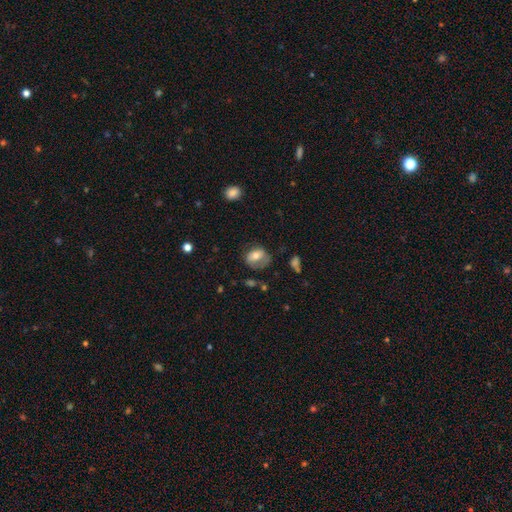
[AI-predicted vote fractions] This appears to be a smooth galaxy with no disk features (64%) that is in between round and cigar-shaped (54%). Merging: none (46%).